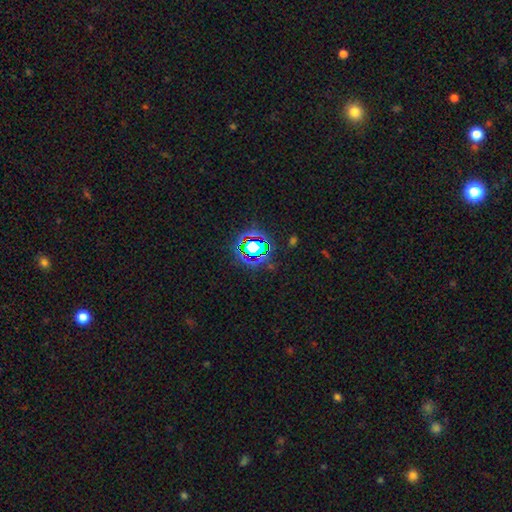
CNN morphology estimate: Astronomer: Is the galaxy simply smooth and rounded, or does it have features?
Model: star or artifact — 76%.